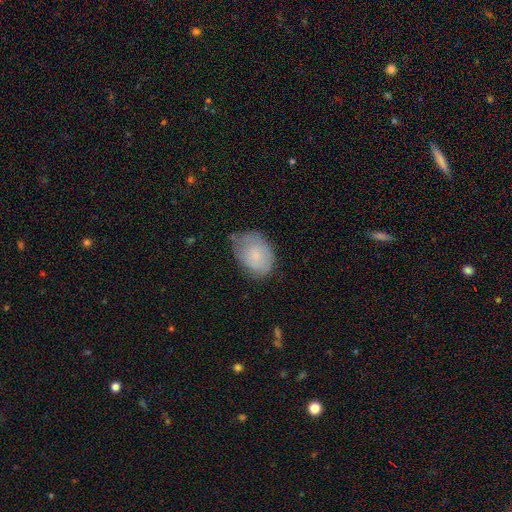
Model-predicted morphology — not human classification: Smooth or featured?
  - smooth: 70% *
  - featured or disk: 23%
  - star or artifact: 7%
How rounded?
  - in between: 73% *
  - round: 25%
  - cigar-shaped: 1%
Merging?
  - none: 51% *
  - minor disturbance: 36%
  - major disturbance: 11%
  - merger: 3%